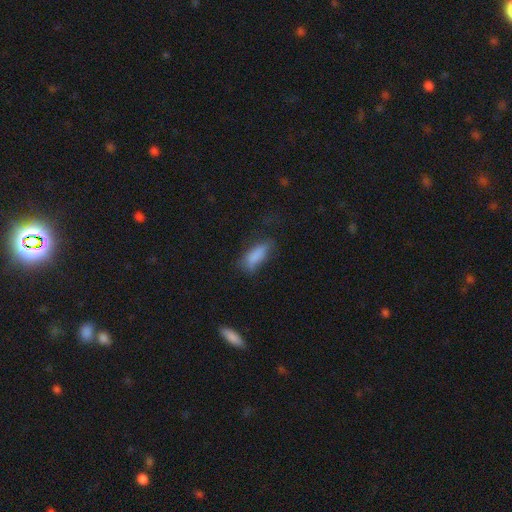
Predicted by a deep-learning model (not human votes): Smooth or featured?
  - smooth: 80% *
  - featured or disk: 11%
  - star or artifact: 9%
How rounded?
  - in between: 68% *
  - cigar-shaped: 29%
  - round: 3%
Merging?
  - none: 47% *
  - minor disturbance: 31%
  - major disturbance: 19%
  - merger: 3%